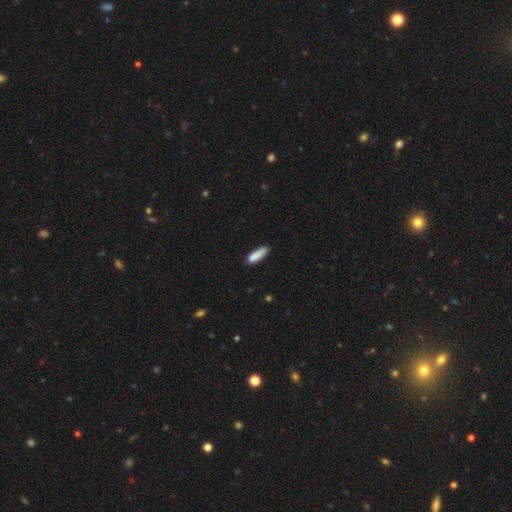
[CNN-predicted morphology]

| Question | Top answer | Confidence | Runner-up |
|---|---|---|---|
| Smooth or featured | smooth | 87% | star or artifact (7%) |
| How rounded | in between | 50% | cigar-shaped (48%) |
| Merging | none | 69% | minor disturbance (24%) |